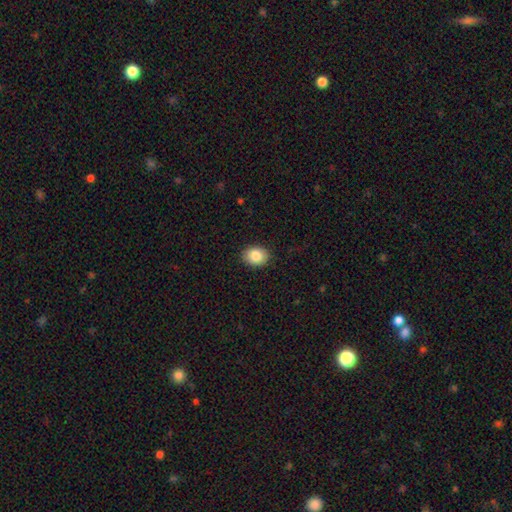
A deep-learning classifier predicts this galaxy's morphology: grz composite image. It shows a smooth galaxy with no disk features (84%) that is in between round and cigar-shaped (58%). Merging: none (89%).